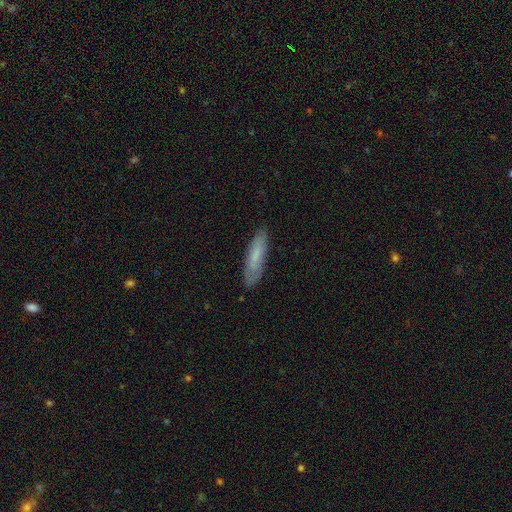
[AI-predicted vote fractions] This is likely a smooth galaxy (62%). How rounded: likely cigar-shaped (68%). Merging: clearly none (81%).